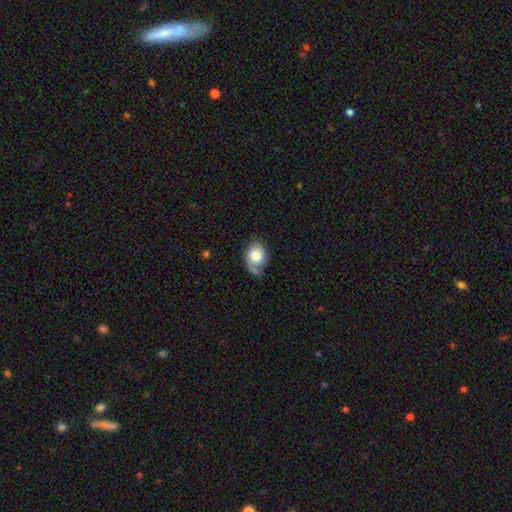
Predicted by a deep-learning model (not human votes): smooth_or_featured: smooth (p=0.72) [alt: featured or disk p=0.21]
how_rounded: in between (p=0.69) [alt: round p=0.30]
merging: none (p=0.48) [alt: minor disturbance p=0.35]